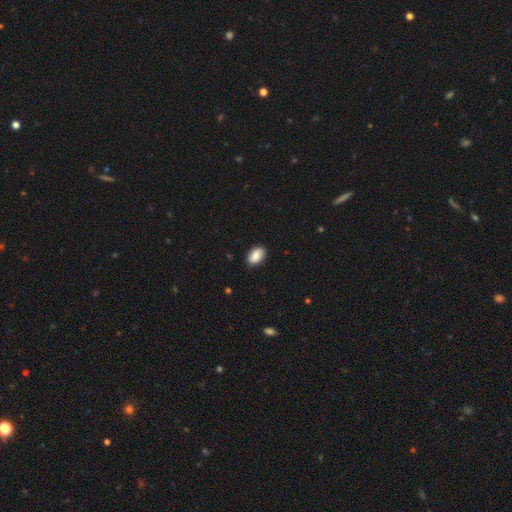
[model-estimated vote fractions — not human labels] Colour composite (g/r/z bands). It shows a smooth galaxy with no disk features (83%) that is in between round and cigar-shaped (91%). Merging: none (86%).